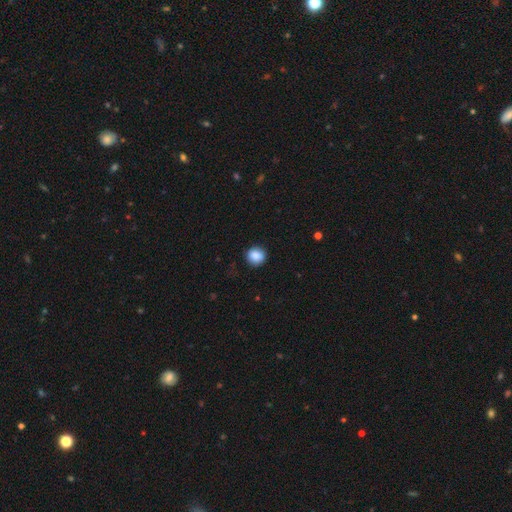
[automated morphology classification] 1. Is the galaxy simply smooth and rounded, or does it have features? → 87% smooth, 9% star or artifact, 4% featured or disk.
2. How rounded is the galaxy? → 85% round, 14% in between, 1% cigar-shaped.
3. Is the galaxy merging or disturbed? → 87% none, 9% minor disturbance, 2% major disturbance, 1% merger.